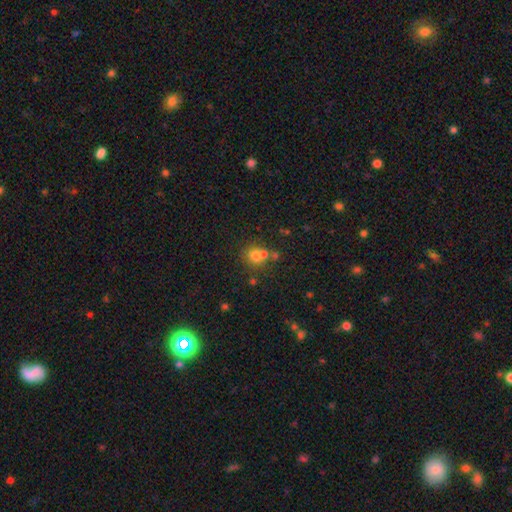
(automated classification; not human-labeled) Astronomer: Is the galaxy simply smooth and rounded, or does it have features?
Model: smooth — 68%.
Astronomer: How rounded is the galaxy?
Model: round — 83%.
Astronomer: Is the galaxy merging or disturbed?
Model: none — 48% (runner-up: merger, 39%).